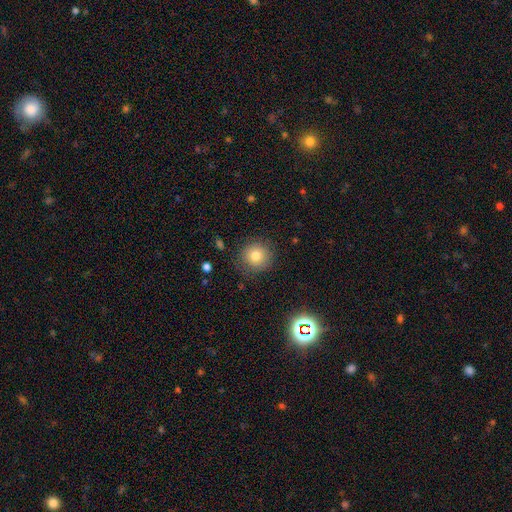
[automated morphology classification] smooth-or-featured: smooth: 78% | star or artifact: 11% | featured or disk: 11%
  how-rounded: round: 92% | in between: 7% | cigar-shaped: 1%
  merging: none: 84% | minor disturbance: 11% | major disturbance: 4% | merger: 1%